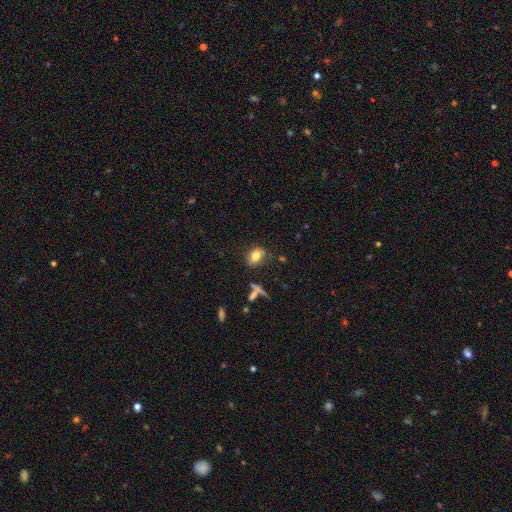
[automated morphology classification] A smooth galaxy with no disk features (77%) that is in between round and cigar-shaped (79%). Merging: none (66%).